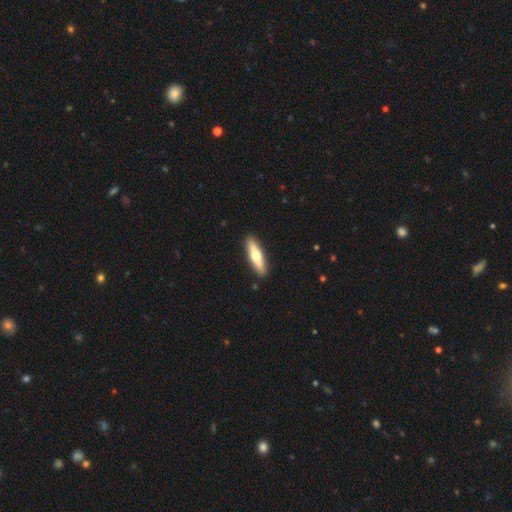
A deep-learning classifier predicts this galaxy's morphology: A smooth galaxy with no disk features (48%). Merging: none (91%).